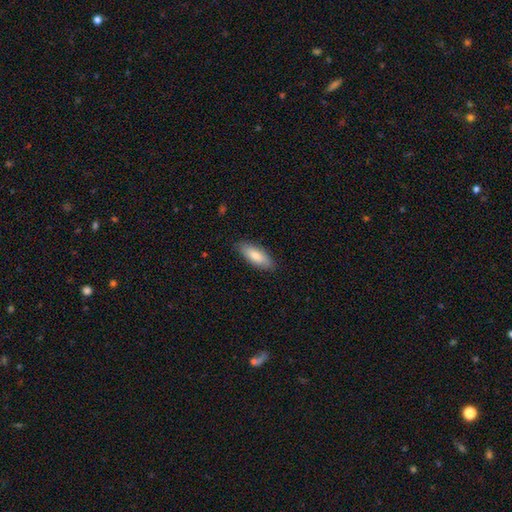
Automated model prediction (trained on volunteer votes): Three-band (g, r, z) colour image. It shows a smooth galaxy with no disk features (82%) that is in between round and cigar-shaped (70%). Merging: none (85%).